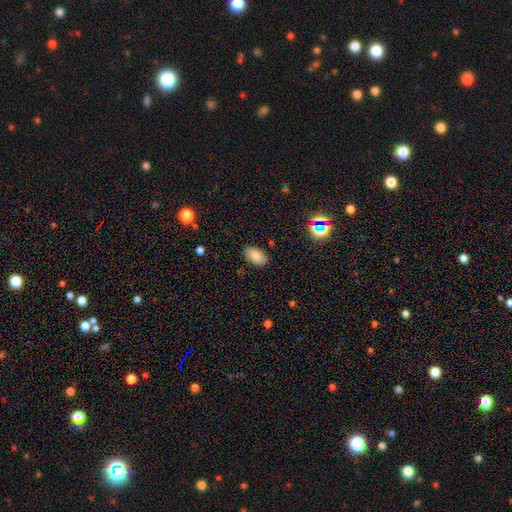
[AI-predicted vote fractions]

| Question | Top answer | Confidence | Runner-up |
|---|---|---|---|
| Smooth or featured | smooth | 81% | star or artifact (10%) |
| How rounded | in between | 94% | round (5%) |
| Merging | none | 86% | minor disturbance (10%) |